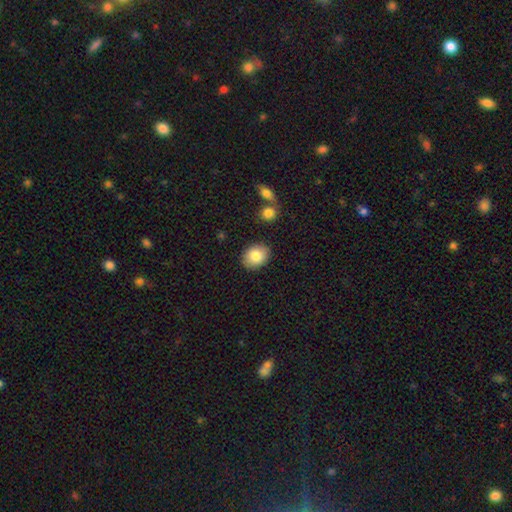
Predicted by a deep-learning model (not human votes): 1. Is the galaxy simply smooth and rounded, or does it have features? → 84% smooth, 8% featured or disk, 7% star or artifact.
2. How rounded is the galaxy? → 60% in between, 39% round, 1% cigar-shaped.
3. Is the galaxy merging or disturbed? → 86% none, 9% minor disturbance, 2% merger, 2% major disturbance.